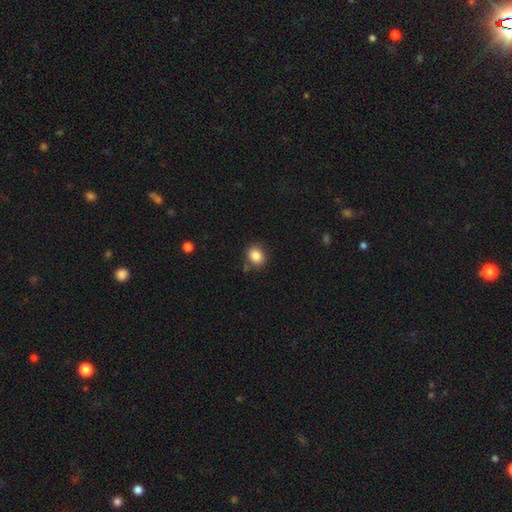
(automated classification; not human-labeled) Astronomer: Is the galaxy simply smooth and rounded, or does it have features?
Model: smooth — 85%.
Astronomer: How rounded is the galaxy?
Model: round — 60% (runner-up: in between, 40%).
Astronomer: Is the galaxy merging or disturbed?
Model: none — 82%.